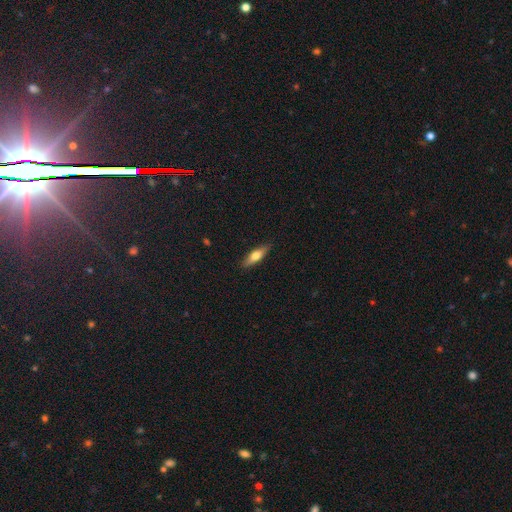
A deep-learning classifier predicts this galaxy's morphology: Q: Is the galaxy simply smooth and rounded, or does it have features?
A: smooth — 53%.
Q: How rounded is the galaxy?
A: cigar-shaped — 59%.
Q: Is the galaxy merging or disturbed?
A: none — 89%.